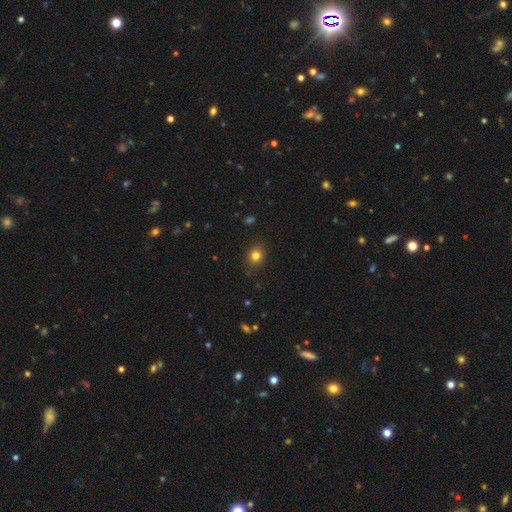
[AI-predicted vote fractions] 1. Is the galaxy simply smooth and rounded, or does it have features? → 81% smooth, 12% star or artifact, 6% featured or disk.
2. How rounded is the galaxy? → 63% round, 36% in between, 1% cigar-shaped.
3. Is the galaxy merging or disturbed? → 86% none, 11% minor disturbance, 3% major disturbance, 1% merger.